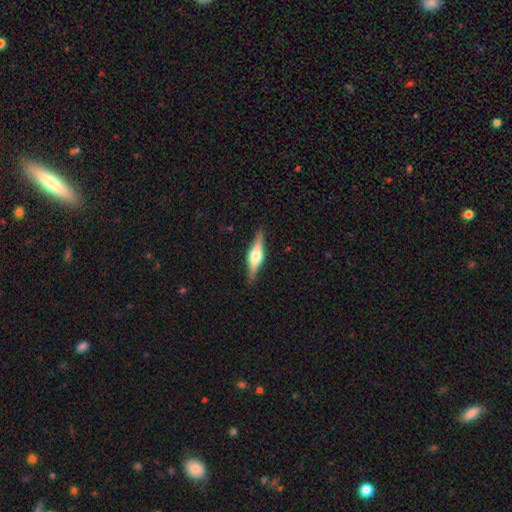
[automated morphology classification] A featured or disk galaxy (69%) viewed edge-on (97%) with a rounded central bulge (90%). Merging: none (89%).